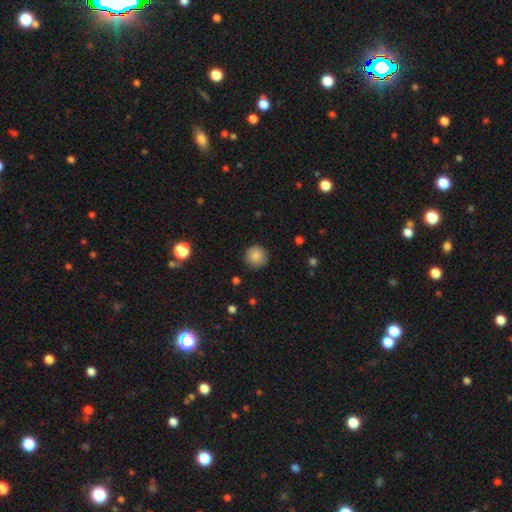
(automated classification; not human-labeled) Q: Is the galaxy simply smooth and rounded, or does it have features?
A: smooth — 87%.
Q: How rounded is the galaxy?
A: round — 95%.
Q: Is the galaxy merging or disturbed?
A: none — 90%.